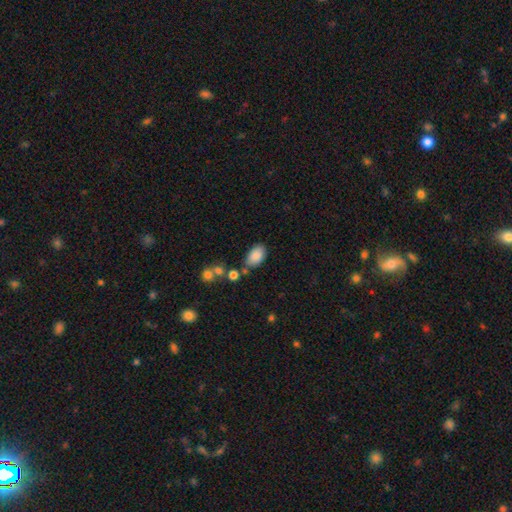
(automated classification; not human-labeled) Smooth or featured?
  - smooth: 87% *
  - star or artifact: 8%
  - featured or disk: 5%
How rounded?
  - in between: 91% *
  - round: 7%
  - cigar-shaped: 1%
Merging?
  - none: 69% *
  - minor disturbance: 18%
  - merger: 9%
  - major disturbance: 5%